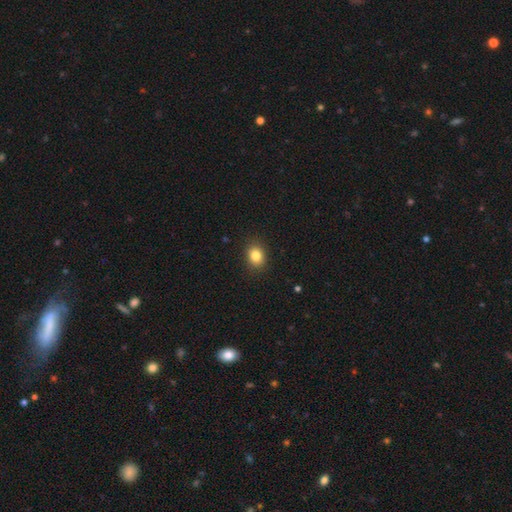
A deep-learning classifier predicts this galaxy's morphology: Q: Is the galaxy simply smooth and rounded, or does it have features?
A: smooth — 84%.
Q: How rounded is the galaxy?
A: round — 52%.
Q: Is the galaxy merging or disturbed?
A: none — 89%.